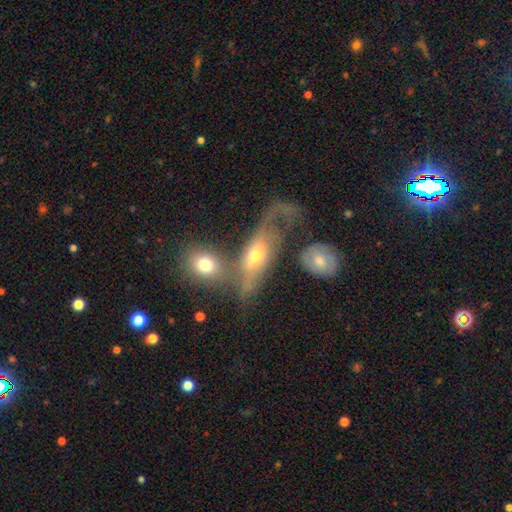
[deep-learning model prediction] Overall: featured or disk (51%; smooth 40%). Edge-on disk: no (79%). Merging: merger (39%; major disturbance 25%).